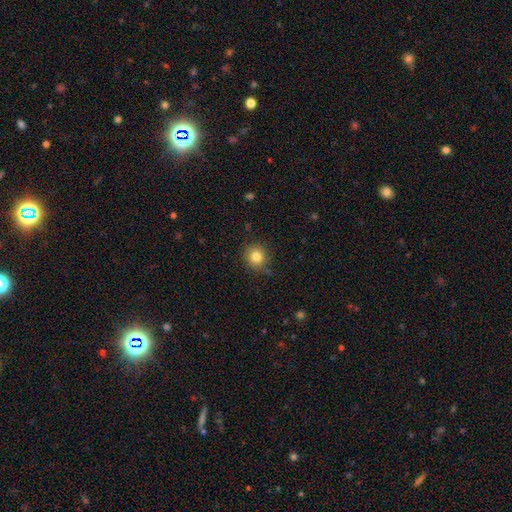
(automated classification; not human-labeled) Smooth or featured?
  - smooth: 83% *
  - star or artifact: 11%
  - featured or disk: 6%
How rounded?
  - round: 91% *
  - in between: 8%
  - cigar-shaped: 1%
Merging?
  - none: 86% *
  - minor disturbance: 10%
  - major disturbance: 3%
  - merger: 2%